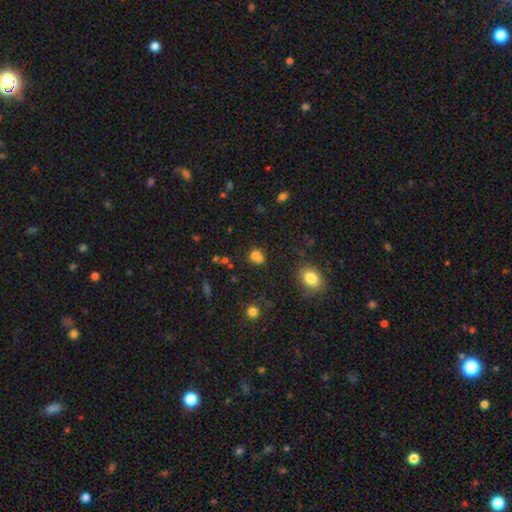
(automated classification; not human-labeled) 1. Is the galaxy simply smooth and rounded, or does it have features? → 71% smooth, 17% star or artifact, 12% featured or disk.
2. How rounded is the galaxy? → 75% round, 24% in between, 1% cigar-shaped.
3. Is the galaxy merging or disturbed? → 45% merger, 42% none, 9% minor disturbance, 4% major disturbance.